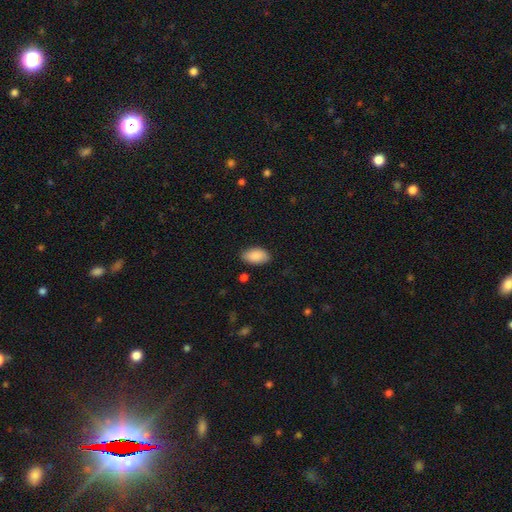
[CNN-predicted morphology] Smooth or featured?
  - smooth: 89% *
  - star or artifact: 6%
  - featured or disk: 5%
How rounded?
  - in between: 94% *
  - round: 4%
  - cigar-shaped: 2%
Merging?
  - none: 84% *
  - minor disturbance: 12%
  - major disturbance: 2%
  - merger: 1%